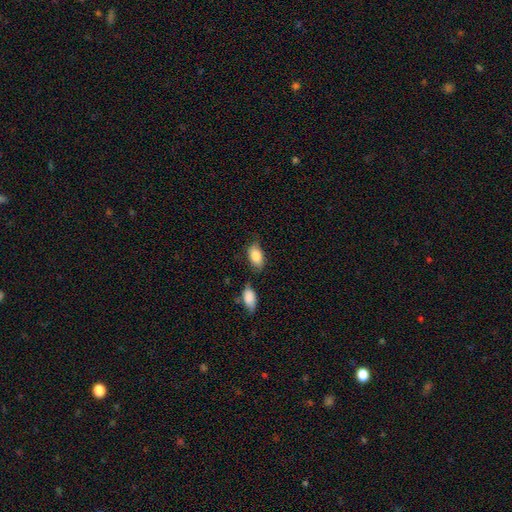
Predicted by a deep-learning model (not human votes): A smooth galaxy with no disk features (85%) that is in between round and cigar-shaped (92%).

Vote fractions:
- Smooth or featured? smooth: 85% / featured or disk: 9% / star or artifact: 7%
- How rounded? in between: 92% / round: 5% / cigar-shaped: 3%
- Merging? none: 64% / minor disturbance: 22% / merger: 9% / major disturbance: 6%